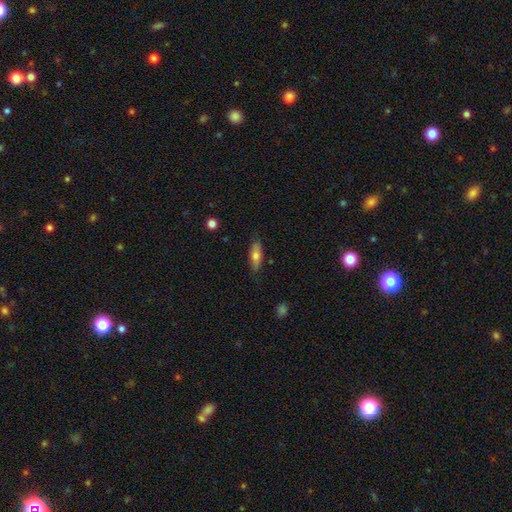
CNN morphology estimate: Overall: smooth (70%). How rounded: in between (56%; cigar-shaped 41%). Merging: none (83%).